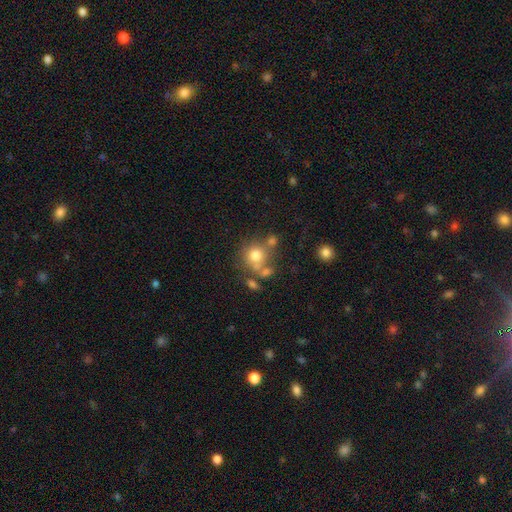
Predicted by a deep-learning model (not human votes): This is likely a smooth galaxy (73%). How rounded: clearly round (84%). Merging: possibly none (52%).